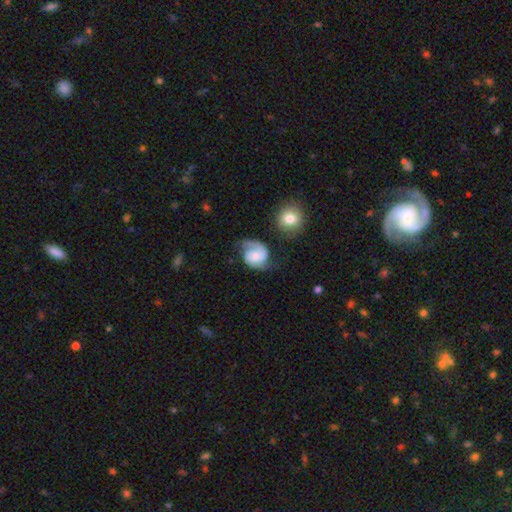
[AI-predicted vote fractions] Smooth or featured: featured or disk — 77% (smooth — 18%)
Edge-on disk: no — 98% (yes — 2%)
Bar: no — 67% (weak — 28%)
Spiral arms: yes — 96% (no — 4%)
Spiral winding: medium — 43% (tight — 36%)
Spiral arm count: 2 — 67% (1 — 25%)
Bulge size: small — 43% (moderate — 32%)
Merging: none — 56% (minor disturbance — 24%)